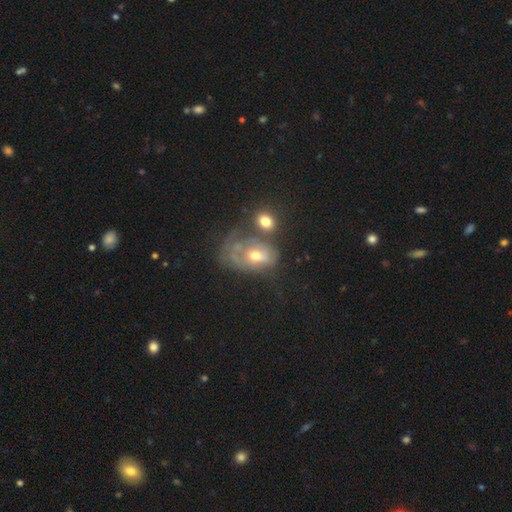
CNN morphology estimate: This is possibly a featured or disk galaxy (52%). It is clearly not viewed edge-on (95%). Merging: marginally major disturbance (33%).